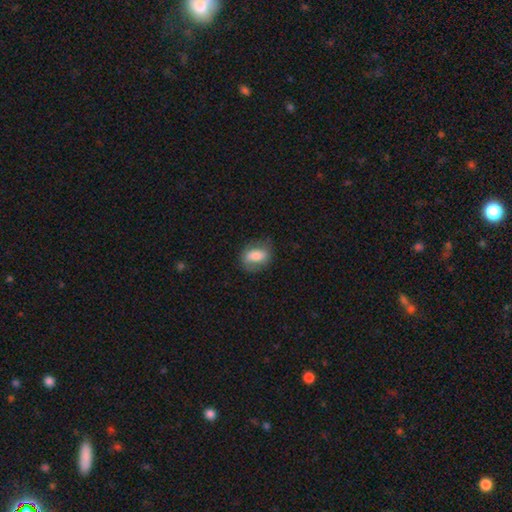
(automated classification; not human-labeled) Overall: smooth (67%). How rounded: in between (79%). Merging: none (71%).